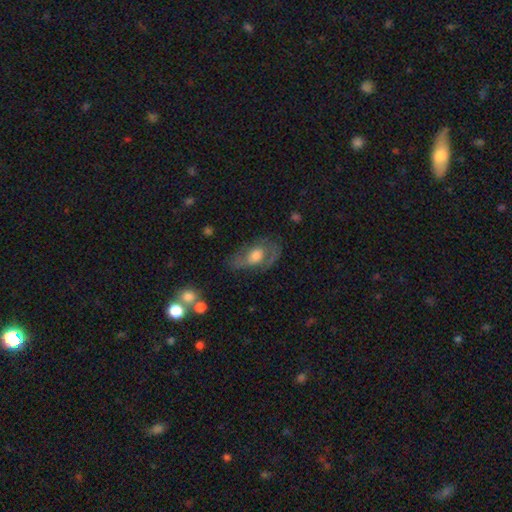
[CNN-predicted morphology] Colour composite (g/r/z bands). It shows a featured or disk galaxy (53%). Merging: none (56%).